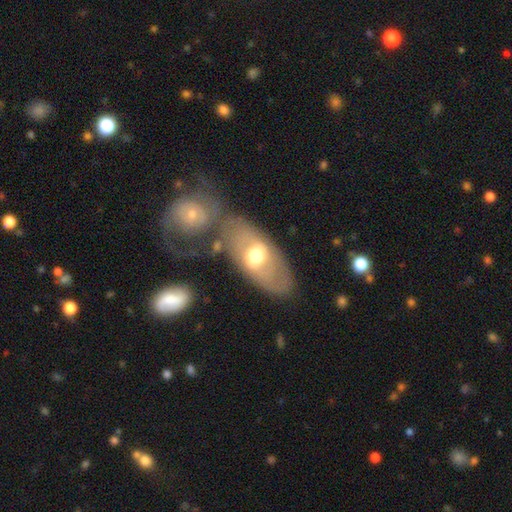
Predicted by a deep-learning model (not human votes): Q: Smooth or featured?
A: featured or disk (54%); runner-up: smooth (40%)
Q: Edge-on disk?
A: no (84%); runner-up: yes (16%)
Q: Merging?
A: none (58%); runner-up: merger (19%)